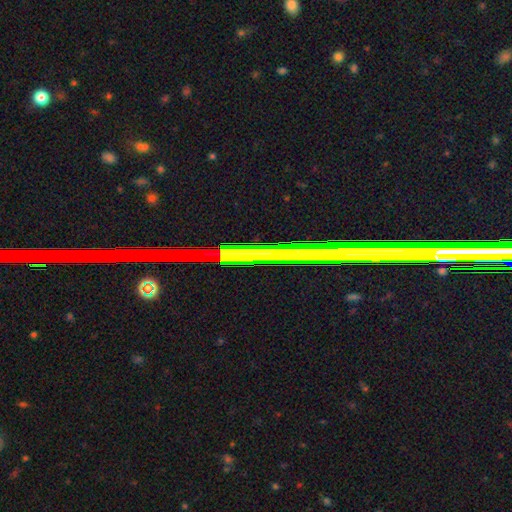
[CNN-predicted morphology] smooth_or_featured: star or artifact (p=0.68) [alt: featured or disk p=0.22]